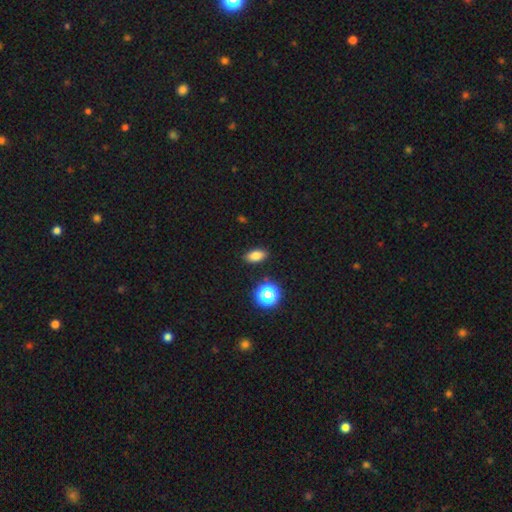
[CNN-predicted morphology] type=smooth (81%); roundness=in between (85%); merging=none (88%).